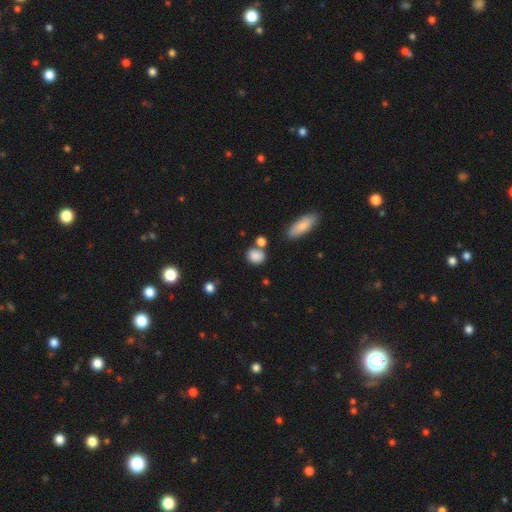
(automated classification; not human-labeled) Smooth or featured? Predicted: smooth (p=0.83). How rounded? Predicted: round (p=0.53). Merging? Predicted: none (p=0.59).